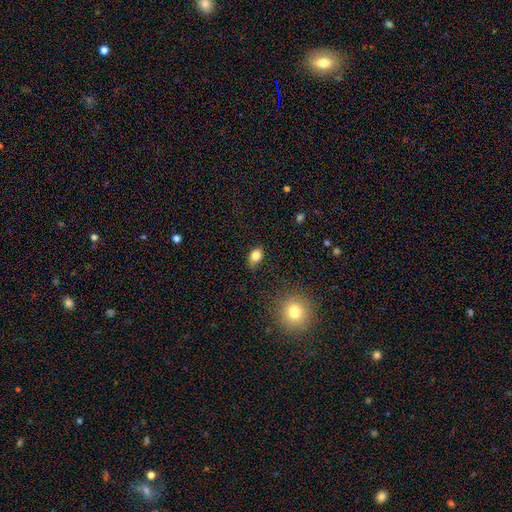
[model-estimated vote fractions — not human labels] smooth-or-featured: smooth: 82% | star or artifact: 10% | featured or disk: 9%
  how-rounded: in between: 80% | round: 18% | cigar-shaped: 2%
  merging: none: 78% | minor disturbance: 17% | major disturbance: 4% | merger: 1%